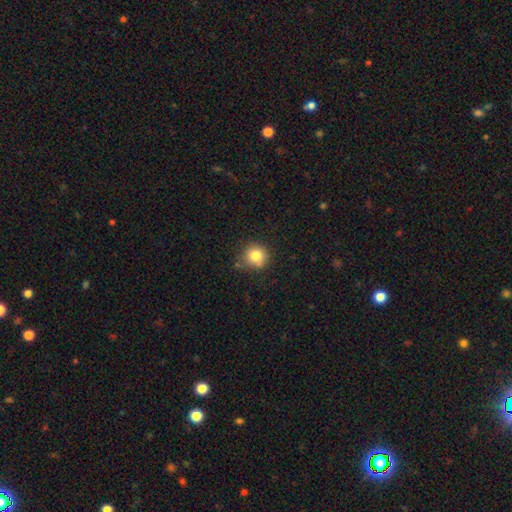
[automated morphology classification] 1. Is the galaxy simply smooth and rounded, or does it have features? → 82% smooth, 11% star or artifact, 7% featured or disk.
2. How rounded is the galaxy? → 91% round, 8% in between, 1% cigar-shaped.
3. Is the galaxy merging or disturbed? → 74% none, 17% minor disturbance, 5% merger, 4% major disturbance.